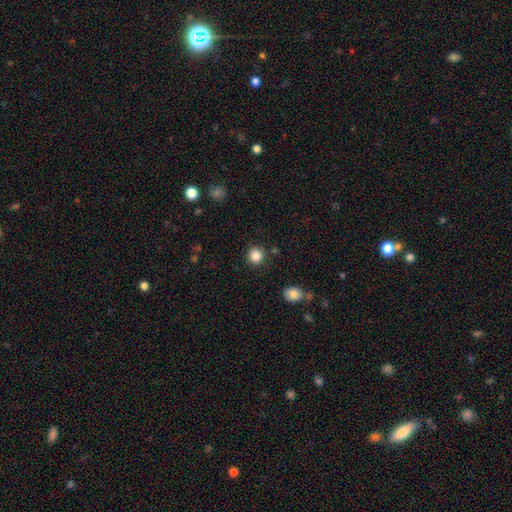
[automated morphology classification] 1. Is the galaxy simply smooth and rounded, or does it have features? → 86% smooth, 10% star or artifact, 4% featured or disk.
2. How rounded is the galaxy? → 92% round, 7% in between, 1% cigar-shaped.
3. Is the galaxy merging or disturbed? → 89% none, 6% minor disturbance, 2% merger, 2% major disturbance.